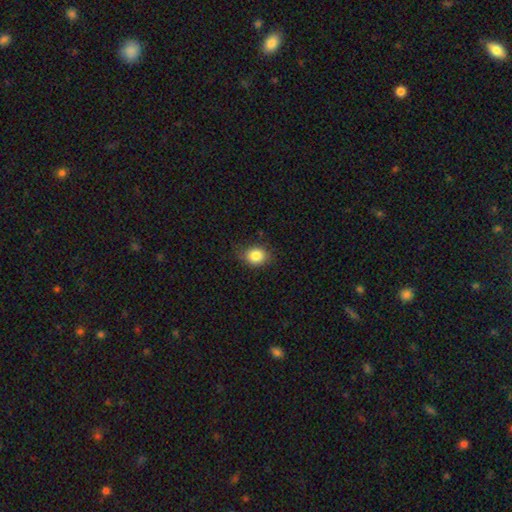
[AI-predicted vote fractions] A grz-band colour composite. It shows a smooth galaxy with no disk features (85%) that is round (60%). Merging: none (77%).